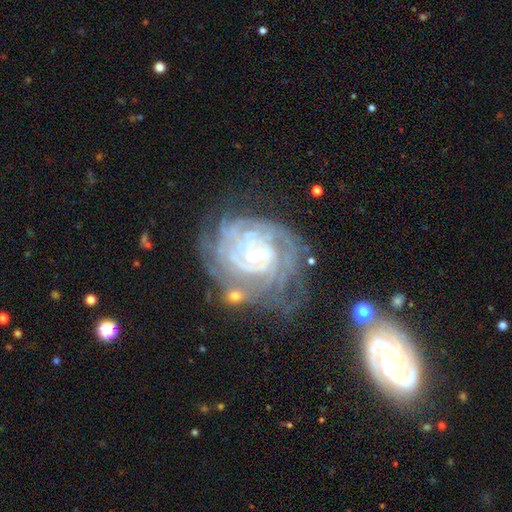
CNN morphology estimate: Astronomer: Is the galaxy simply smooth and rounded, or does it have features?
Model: featured or disk — 88%.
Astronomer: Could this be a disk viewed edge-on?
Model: no — 97%.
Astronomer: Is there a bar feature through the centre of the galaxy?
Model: weak — 49% (runner-up: strong, 32%).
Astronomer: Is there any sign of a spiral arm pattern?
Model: yes — 96%.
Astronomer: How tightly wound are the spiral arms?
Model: tight — 79%.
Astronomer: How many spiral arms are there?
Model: can't tell — 34% (runner-up: 4, 20%).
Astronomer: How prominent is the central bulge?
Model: moderate — 48% (runner-up: small, 41%).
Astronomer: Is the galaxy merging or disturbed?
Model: none — 58%.